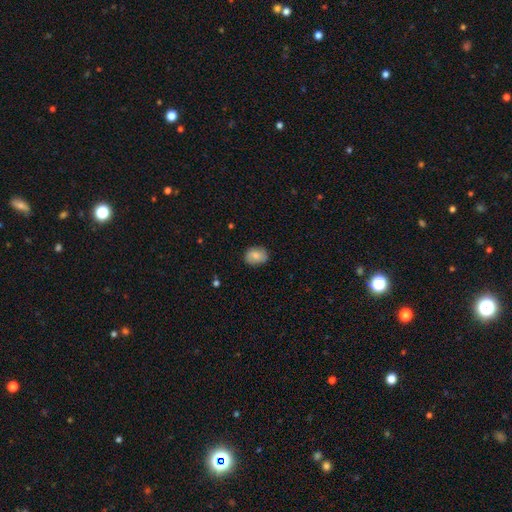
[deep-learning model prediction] Overall: smooth (79%). How rounded: in between (58%; round 41%). Merging: none (82%).